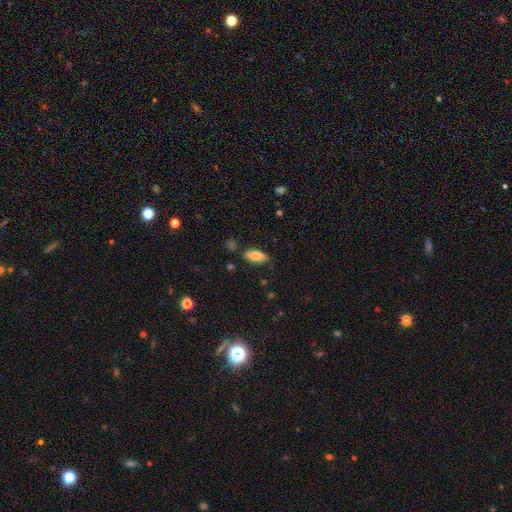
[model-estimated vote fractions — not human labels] smooth_or_featured: smooth (p=0.82) [alt: featured or disk p=0.11]
how_rounded: in between (p=0.86) [alt: cigar-shaped p=0.12]
merging: none (p=0.83) [alt: minor disturbance p=0.12]